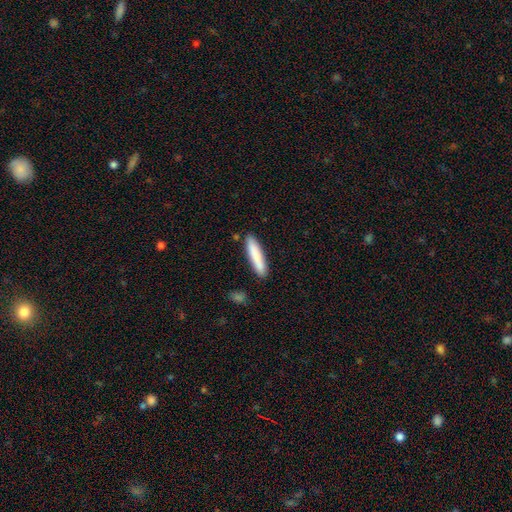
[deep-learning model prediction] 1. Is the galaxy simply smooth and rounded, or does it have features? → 84% smooth, 10% featured or disk, 6% star or artifact.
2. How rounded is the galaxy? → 85% cigar-shaped, 13% in between, 1% round.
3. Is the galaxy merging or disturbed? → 86% none, 9% minor disturbance, 3% merger, 2% major disturbance.